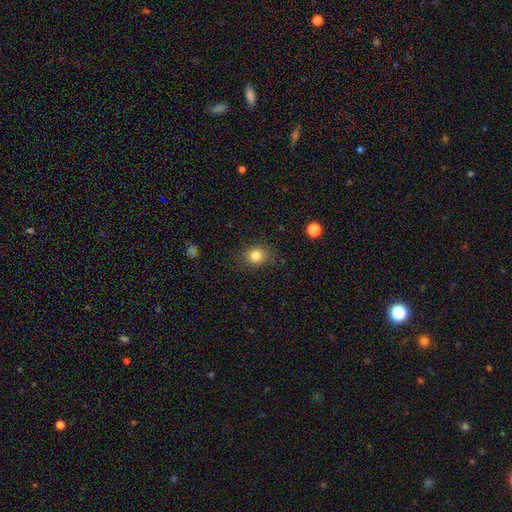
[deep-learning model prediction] This is clearly a smooth galaxy (82%). How rounded: likely round (69%). Merging: clearly none (85%).